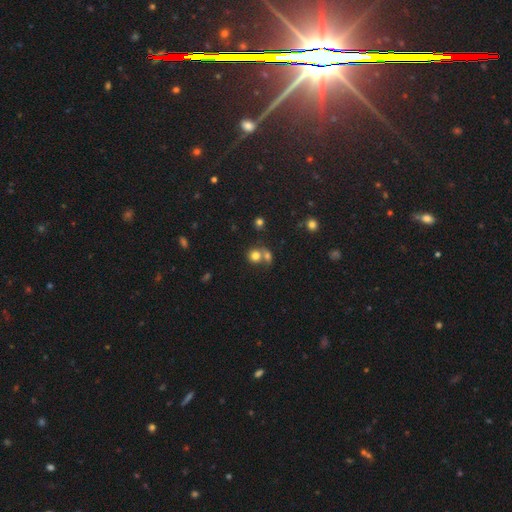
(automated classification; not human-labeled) Smooth or featured: smooth — 77% (star or artifact — 13%)
How rounded: round — 81% (in between — 18%)
Merging: merger — 44% (none — 43%)